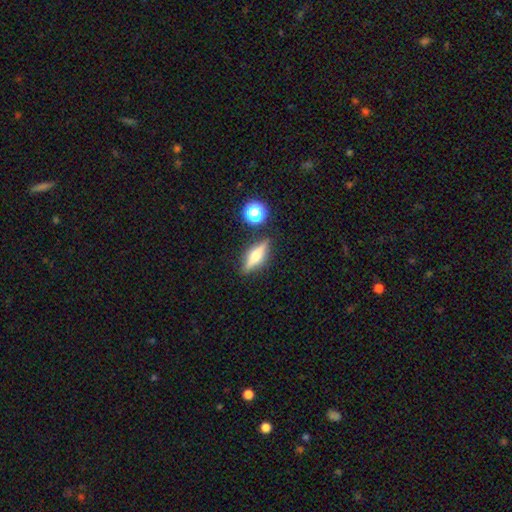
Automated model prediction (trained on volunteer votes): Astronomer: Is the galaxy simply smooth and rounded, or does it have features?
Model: featured or disk — 57% (runner-up: smooth, 33%).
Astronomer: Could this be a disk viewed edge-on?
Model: yes — 94%.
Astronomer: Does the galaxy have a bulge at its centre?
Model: rounded — 87%.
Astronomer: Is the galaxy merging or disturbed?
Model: none — 84%.